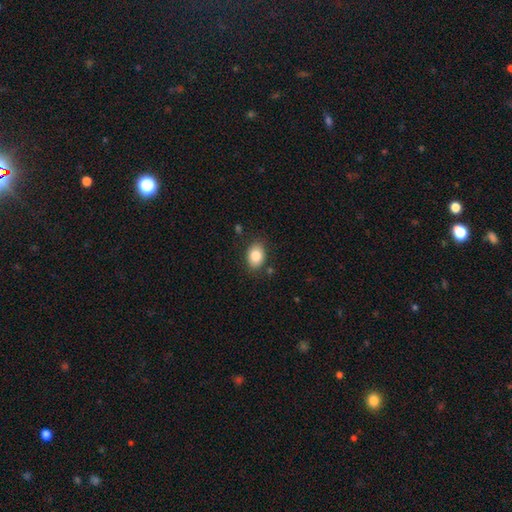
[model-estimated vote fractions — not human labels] Morphology: type=smooth (83%); roundness=in between (75%); merging=none (82%).